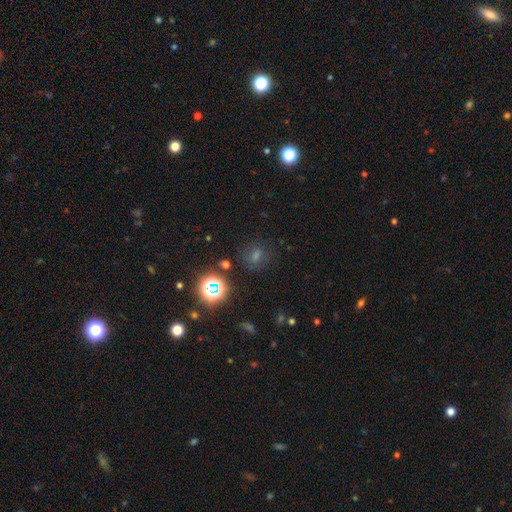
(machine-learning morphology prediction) This is possibly a smooth galaxy (53%). How rounded: possibly round (59%). Merging: likely none (74%).